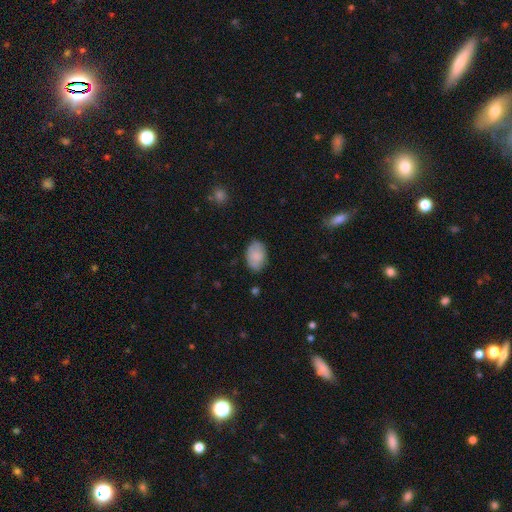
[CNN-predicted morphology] type=smooth (83%); roundness=in between (89%); merging=none (78%).